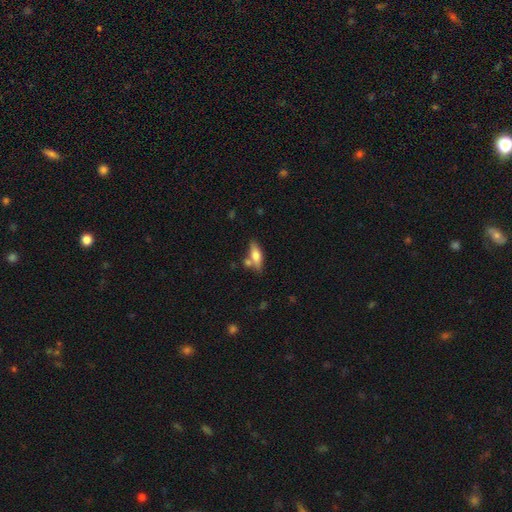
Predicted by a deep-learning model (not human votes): smooth_or_featured: smooth (p=0.67) [alt: featured or disk p=0.26]
how_rounded: in between (p=0.60) [alt: cigar-shaped p=0.37]
merging: none (p=0.64) [alt: merger p=0.17]